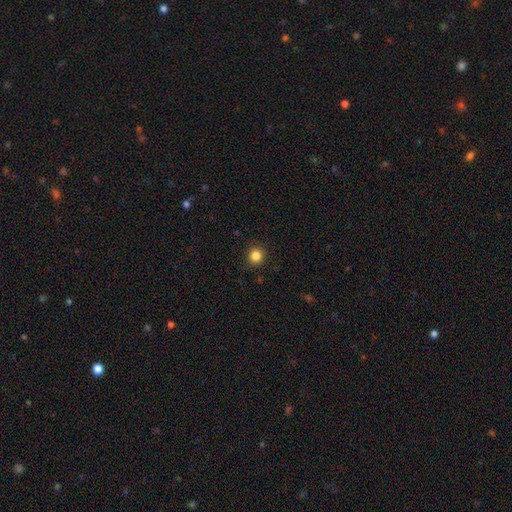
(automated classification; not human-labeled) A smooth galaxy with no disk features (85%) that is round (92%). Merging: none (91%).